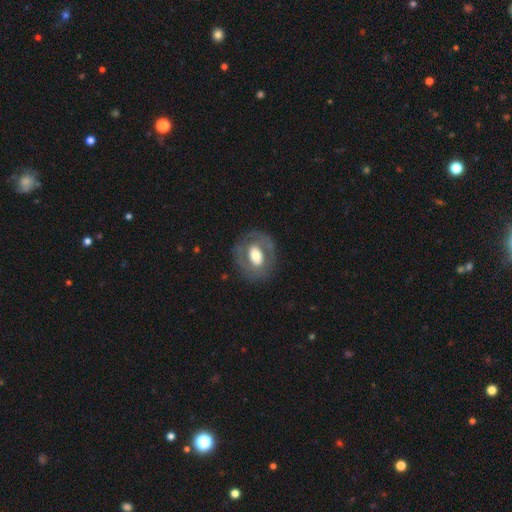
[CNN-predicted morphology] Smooth or featured?
  - featured or disk: 51% *
  - smooth: 42%
  - star or artifact: 7%
Edge-on disk?
  - no: 94% *
  - yes: 6%
Merging?
  - none: 75% *
  - minor disturbance: 14%
  - major disturbance: 9%
  - merger: 1%